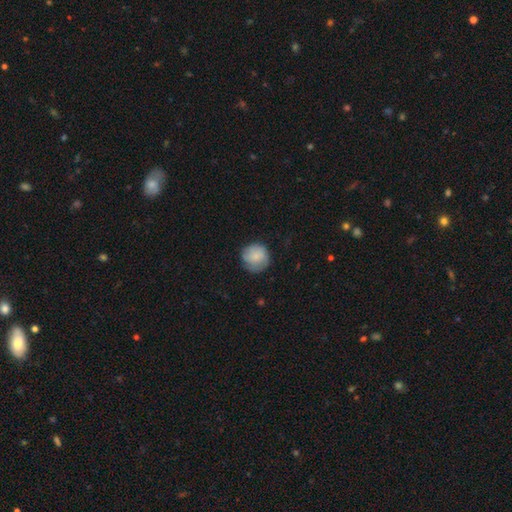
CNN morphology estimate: smooth-or-featured: smooth: 75% | featured or disk: 18% | star or artifact: 7%
  how-rounded: round: 91% | in between: 8% | cigar-shaped: 1%
  merging: none: 74% | minor disturbance: 19% | major disturbance: 6% | merger: 1%